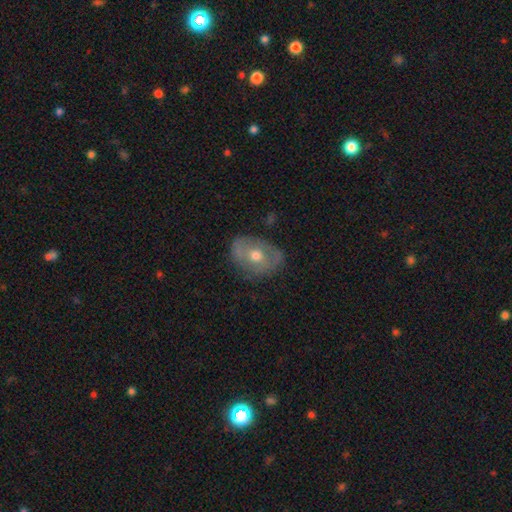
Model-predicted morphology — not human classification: smooth-or-featured: featured or disk: 54% | smooth: 39% | star or artifact: 8%
  disk-edge-on: no: 93% | yes: 7%
    bar: no: 77% | weak: 18% | strong: 6%
    has-spiral-arms: no: 53% | yes: 47%
    bulge-size: moderate: 72% | small: 22% | large: 4% | none: 1% | dominant: 1%
  merging: none: 70% | minor disturbance: 22% | major disturbance: 6% | merger: 2%